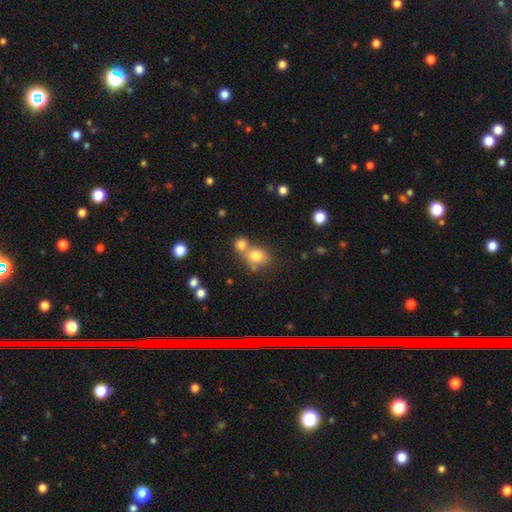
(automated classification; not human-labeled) This appears to be a smooth galaxy with no disk features (78%) that is round (68%). Merging: merger (45%).